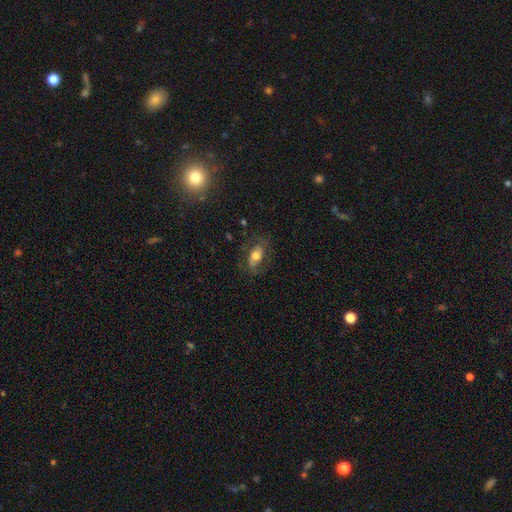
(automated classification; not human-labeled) Overall: smooth (57%; featured or disk 34%). How rounded: in between (86%). Merging: none (68%).